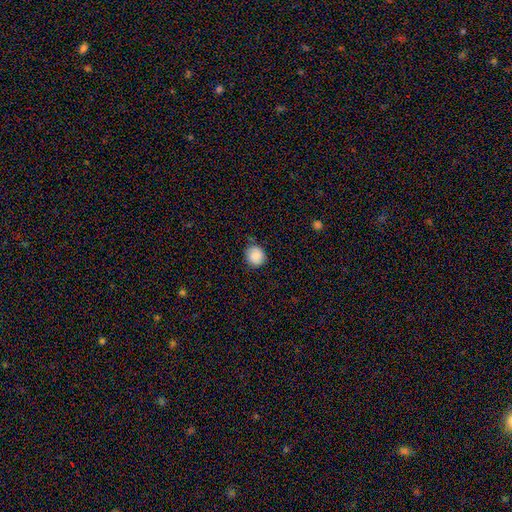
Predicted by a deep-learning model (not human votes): Smooth or featured?
  - smooth: 88% *
  - star or artifact: 8%
  - featured or disk: 4%
How rounded?
  - round: 85% *
  - in between: 15%
  - cigar-shaped: 1%
Merging?
  - none: 80% *
  - minor disturbance: 15%
  - major disturbance: 3%
  - merger: 1%